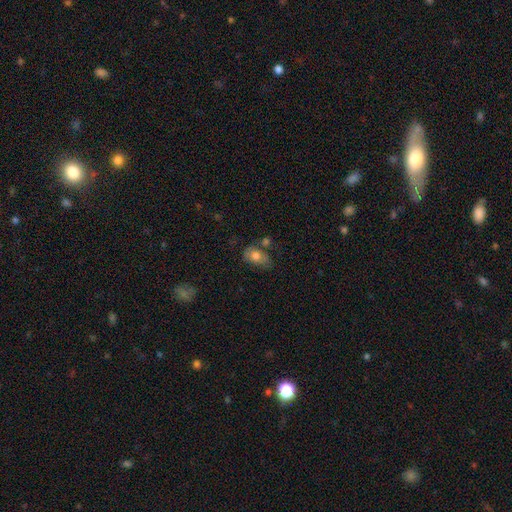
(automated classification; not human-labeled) A smooth galaxy with no disk features (73%) that is in between round and cigar-shaped (82%).

Vote fractions:
- Smooth or featured? smooth: 73% / featured or disk: 19% / star or artifact: 8%
- How rounded? in between: 82% / round: 16% / cigar-shaped: 2%
- Merging? none: 43% / minor disturbance: 28% / merger: 18% / major disturbance: 12%